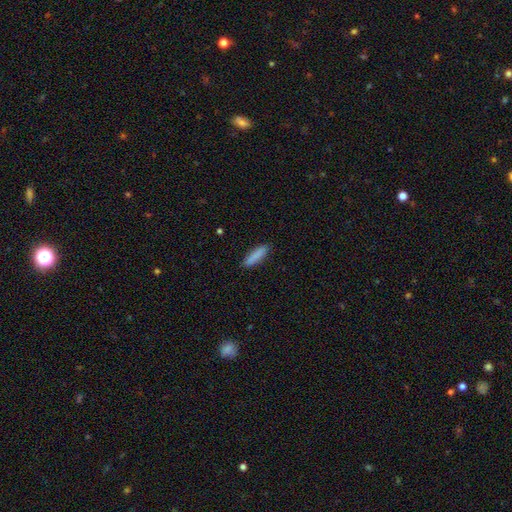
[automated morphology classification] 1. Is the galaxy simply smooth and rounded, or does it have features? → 87% smooth, 7% featured or disk, 6% star or artifact.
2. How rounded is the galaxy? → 75% cigar-shaped, 24% in between, 1% round.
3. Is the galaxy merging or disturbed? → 89% none, 8% minor disturbance, 2% major disturbance, 1% merger.